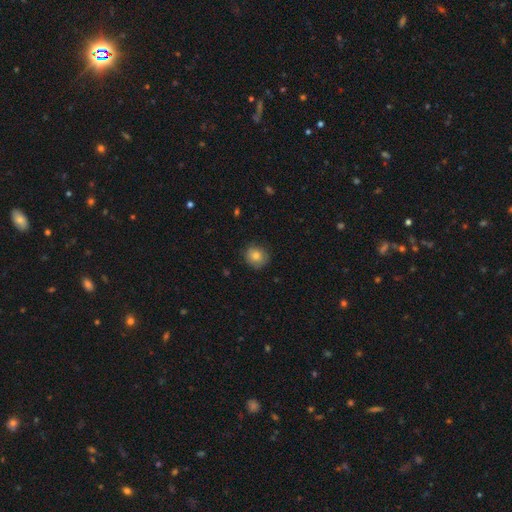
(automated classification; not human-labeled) A smooth galaxy with no disk features (80%) that is round (84%). Merging: none (81%).